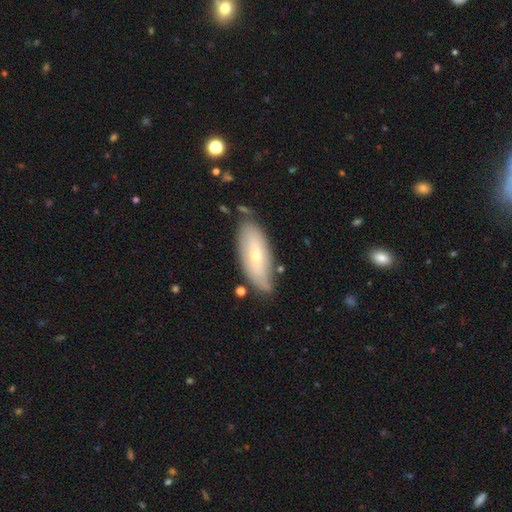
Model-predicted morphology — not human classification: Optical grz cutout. It shows a smooth galaxy with no disk features (50%). Merging: none (70%).